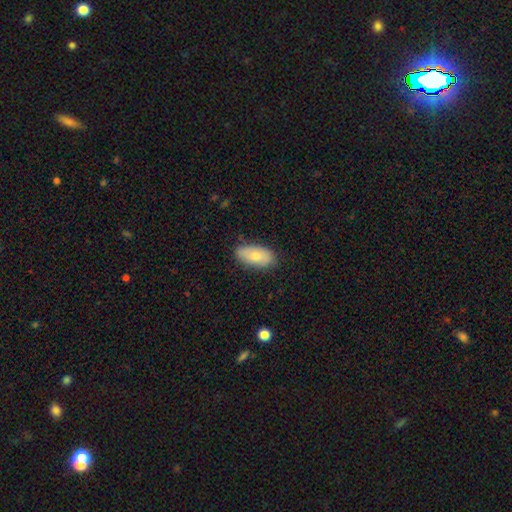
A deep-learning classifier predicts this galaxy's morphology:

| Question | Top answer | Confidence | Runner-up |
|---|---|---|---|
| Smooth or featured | smooth | 75% | featured or disk (18%) |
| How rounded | in between | 92% | cigar-shaped (4%) |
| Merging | none | 80% | minor disturbance (16%) |